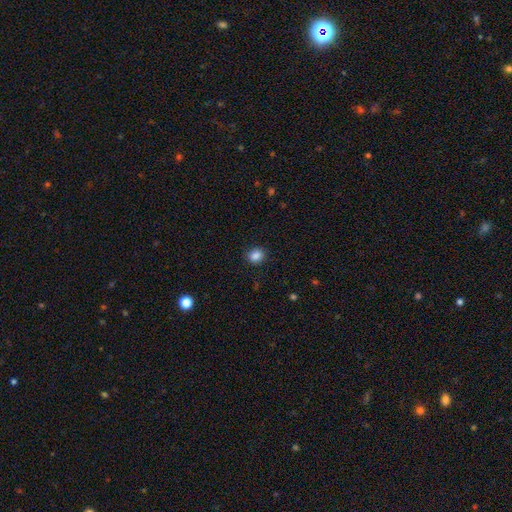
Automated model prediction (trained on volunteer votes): Smooth or featured? smooth (86%)
How rounded? round (68%)
Merging? none (87%)